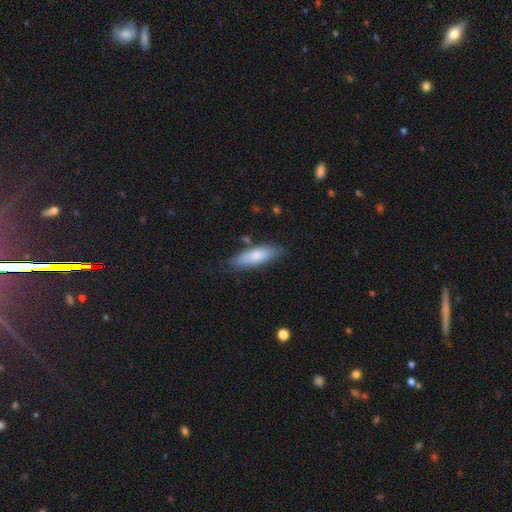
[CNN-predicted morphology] The model was most divided on "how rounded": in between: 56%, cigar-shaped: 42%, round: 2%. More confident: smooth or featured — smooth (75%); merging — none (74%).